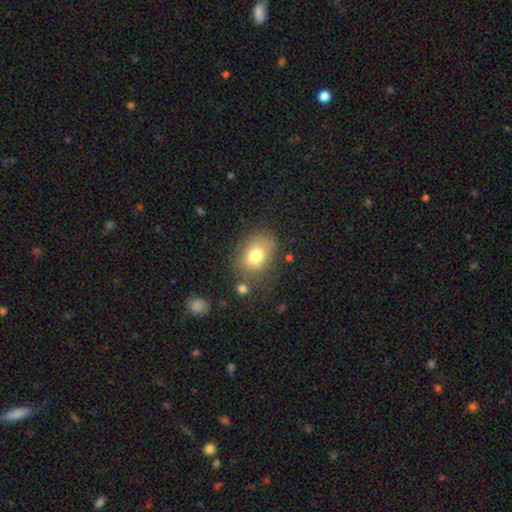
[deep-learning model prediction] Smooth or featured? smooth (75%)
How rounded? in between (63%)
Merging? none (73%)